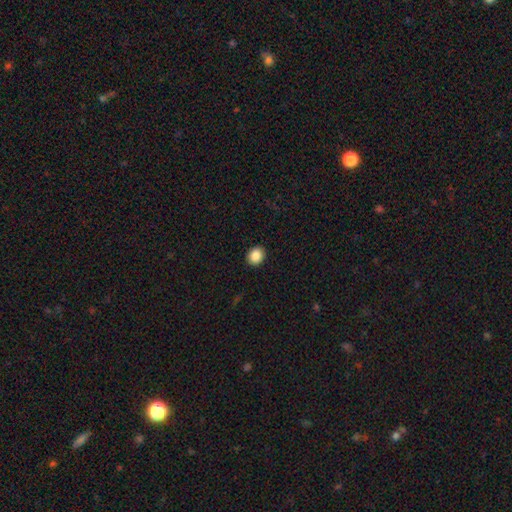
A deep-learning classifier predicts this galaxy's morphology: Q: Smooth or featured?
A: smooth (87%); runner-up: star or artifact (9%)
Q: How rounded?
A: round (66%); runner-up: in between (34%)
Q: Merging?
A: none (92%); runner-up: minor disturbance (5%)